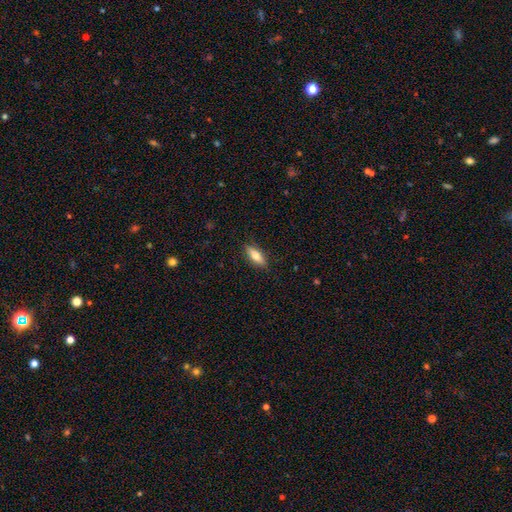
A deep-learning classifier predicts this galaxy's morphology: Smooth or featured?
  - smooth: 68% *
  - featured or disk: 25%
  - star or artifact: 7%
How rounded?
  - in between: 59% *
  - cigar-shaped: 38%
  - round: 3%
Merging?
  - none: 86% *
  - minor disturbance: 11%
  - major disturbance: 2%
  - merger: 1%